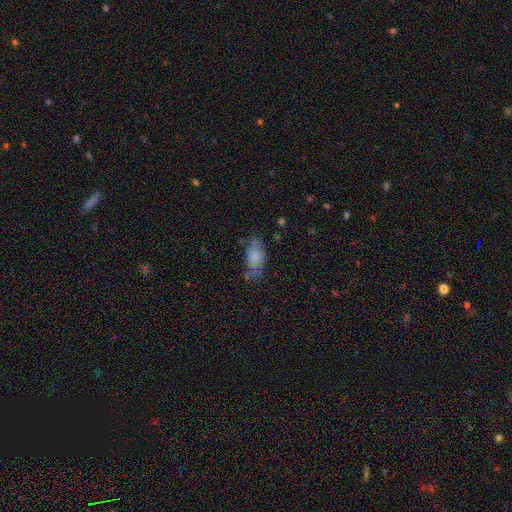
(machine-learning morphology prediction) Q: Smooth or featured?
A: smooth (70%); runner-up: featured or disk (20%)
Q: How rounded?
A: in between (87%); runner-up: cigar-shaped (8%)
Q: Merging?
A: none (52%); runner-up: minor disturbance (30%)